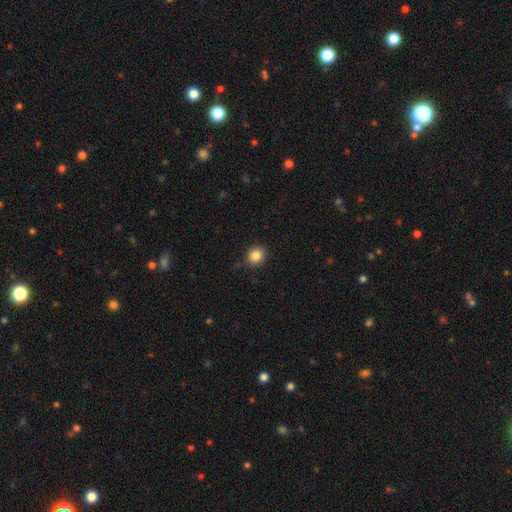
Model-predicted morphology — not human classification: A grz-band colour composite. It shows a smooth galaxy with no disk features (86%) that is round (85%). Merging: none (89%).